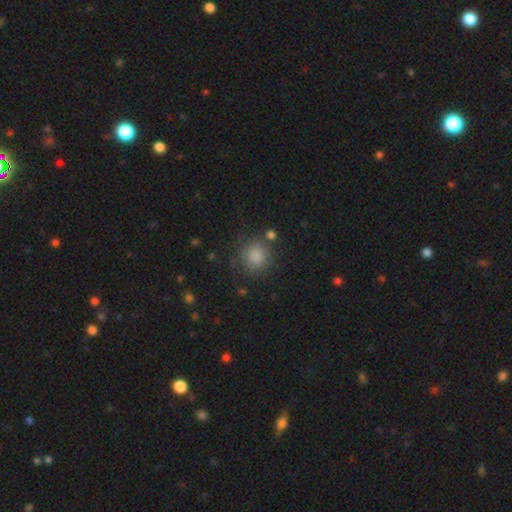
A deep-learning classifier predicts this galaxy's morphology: Overall: smooth (84%). How rounded: round (87%). Merging: none (74%).